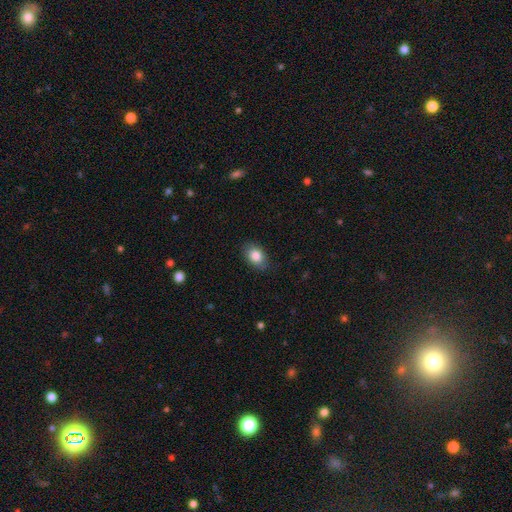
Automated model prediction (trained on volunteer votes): Overall: smooth (85%). How rounded: in between (81%). Merging: none (83%).